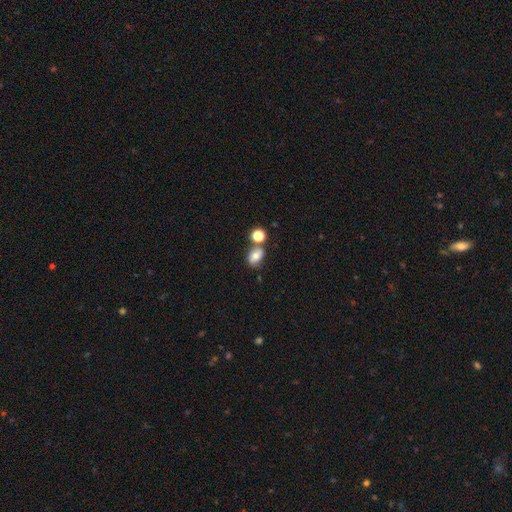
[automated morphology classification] Q: Smooth or featured?
A: smooth (70%); runner-up: featured or disk (18%)
Q: How rounded?
A: in between (71%); runner-up: round (27%)
Q: Merging?
A: none (59%); runner-up: merger (23%)